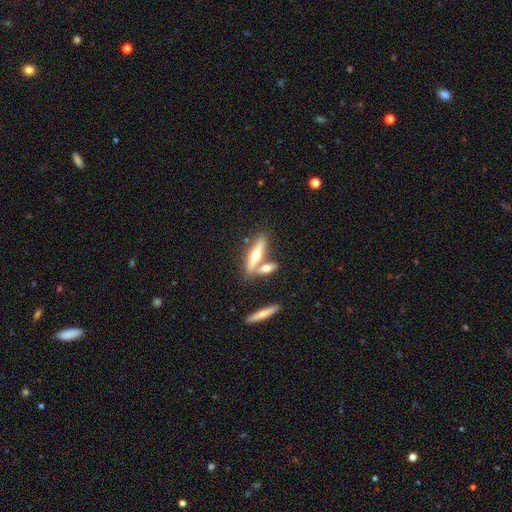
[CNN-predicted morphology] type=featured or disk (54%); edge-on=yes (90%); merging=none (56%).